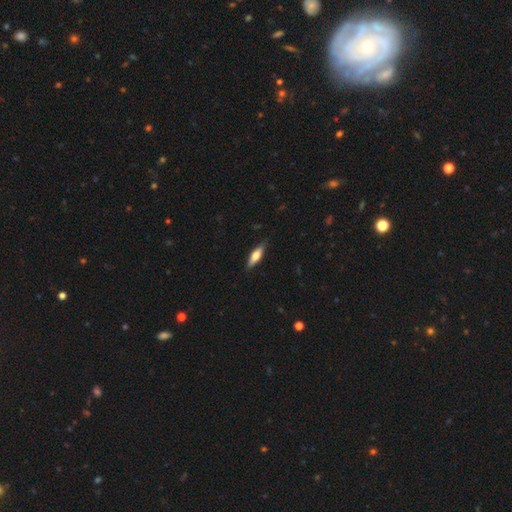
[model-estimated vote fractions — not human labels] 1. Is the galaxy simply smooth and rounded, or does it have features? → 57% smooth, 37% featured or disk, 6% star or artifact.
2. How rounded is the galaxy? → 58% cigar-shaped, 39% in between, 2% round.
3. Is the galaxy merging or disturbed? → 85% none, 11% minor disturbance, 2% major disturbance, 1% merger.